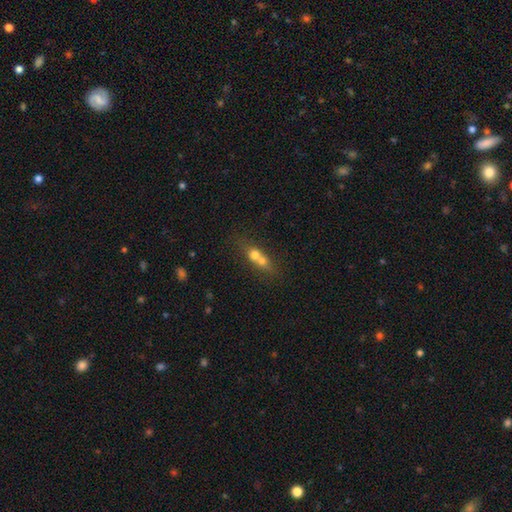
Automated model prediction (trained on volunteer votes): Smooth or featured? smooth (58%)
How rounded? round (46%)
Merging? merger (62%)